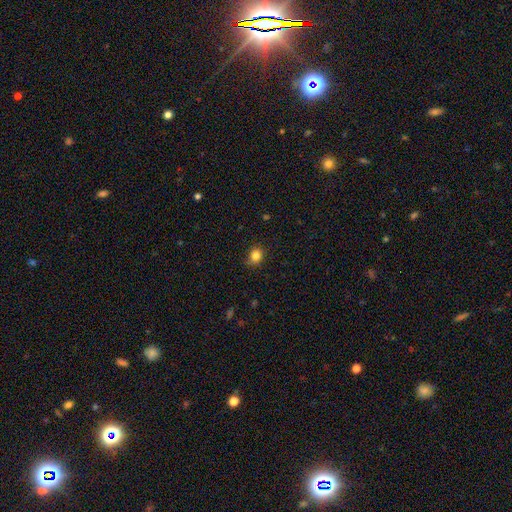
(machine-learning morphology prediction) Smooth or featured?
  - smooth: 84% *
  - star or artifact: 12%
  - featured or disk: 5%
How rounded?
  - round: 70% *
  - in between: 29%
  - cigar-shaped: 1%
Merging?
  - none: 84% *
  - minor disturbance: 13%
  - major disturbance: 3%
  - merger: 1%